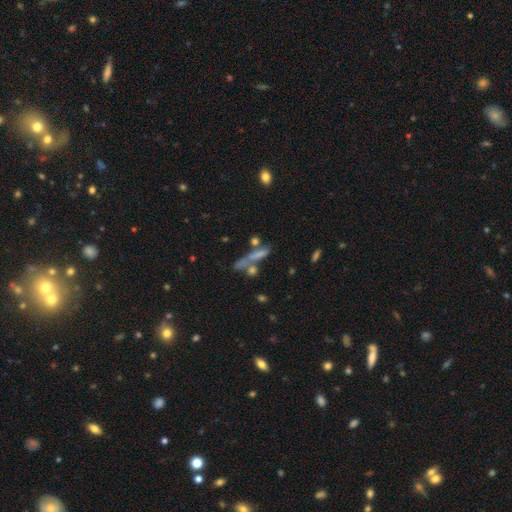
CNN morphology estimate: This is possibly a smooth galaxy (47%). Merging: possibly none (47%).